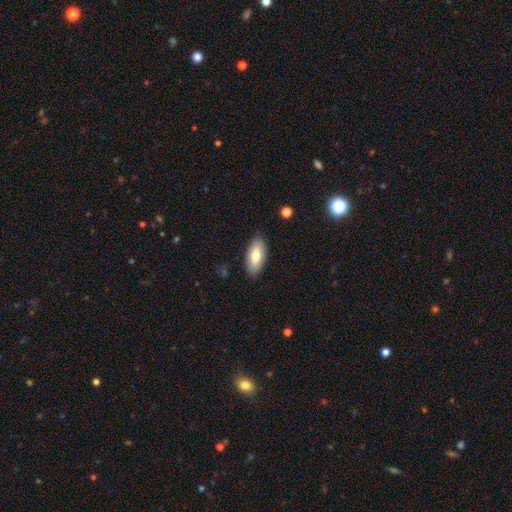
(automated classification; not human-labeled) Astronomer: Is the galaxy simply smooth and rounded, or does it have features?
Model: smooth — 73%.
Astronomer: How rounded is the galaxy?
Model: in between — 89%.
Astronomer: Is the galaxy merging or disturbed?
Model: none — 86%.